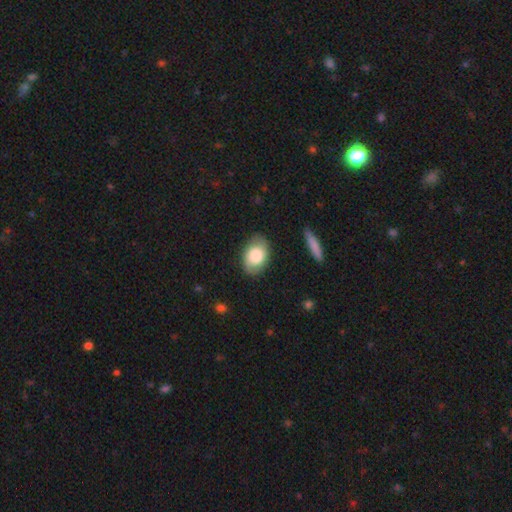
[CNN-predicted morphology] A smooth galaxy with no disk features (76%) that is in between round and cigar-shaped (84%).

Vote fractions:
- Smooth or featured? smooth: 76% / featured or disk: 17% / star or artifact: 6%
- How rounded? in between: 84% / round: 15% / cigar-shaped: 1%
- Merging? none: 81% / minor disturbance: 14% / major disturbance: 3% / merger: 2%